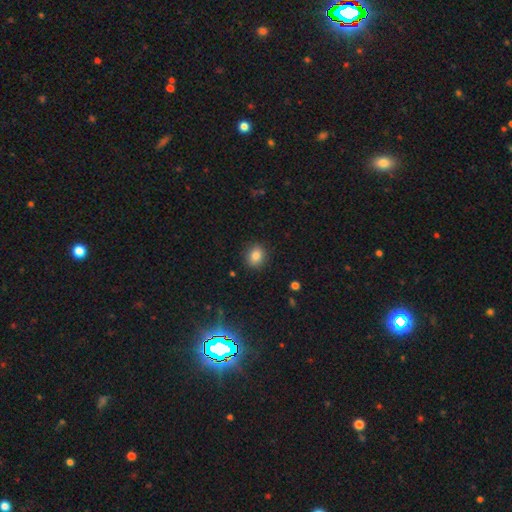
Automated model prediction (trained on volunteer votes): The model was most divided on "how rounded": round: 61%, in between: 38%, cigar-shaped: 1%. More confident: merging — none (88%); smooth or featured — smooth (84%).